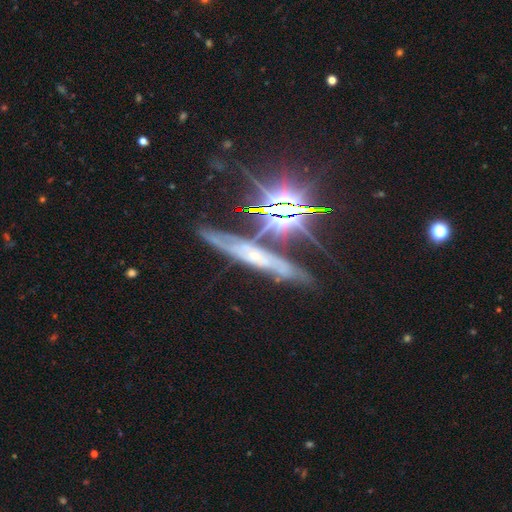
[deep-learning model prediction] Morphology: type=featured or disk (57%); edge-on=yes (56%); merging=none (65%).